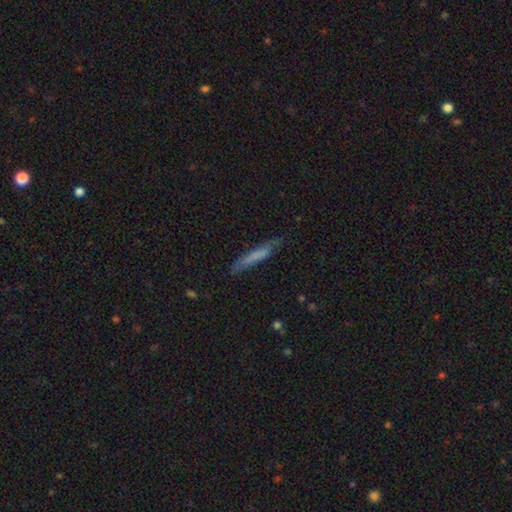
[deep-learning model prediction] Overall: smooth (62%; featured or disk 31%). How rounded: cigar-shaped (93%). Merging: none (74%).